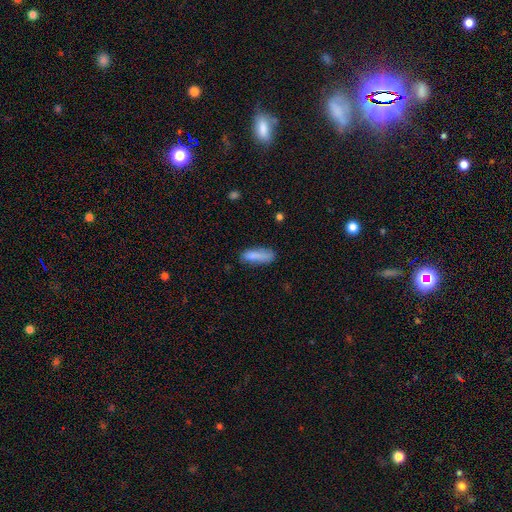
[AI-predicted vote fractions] Smooth or featured?
  - smooth: 82% *
  - featured or disk: 10%
  - star or artifact: 8%
How rounded?
  - cigar-shaped: 50% *
  - in between: 48%
  - round: 2%
Merging?
  - none: 58% *
  - minor disturbance: 28%
  - major disturbance: 10%
  - merger: 4%